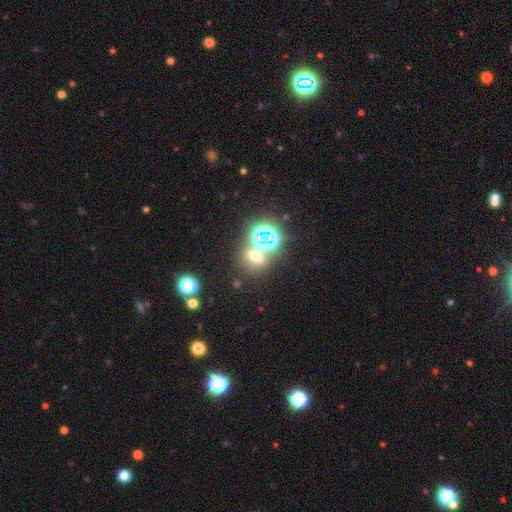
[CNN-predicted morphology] Q: Smooth or featured?
A: star or artifact (45%); runner-up: smooth (44%)